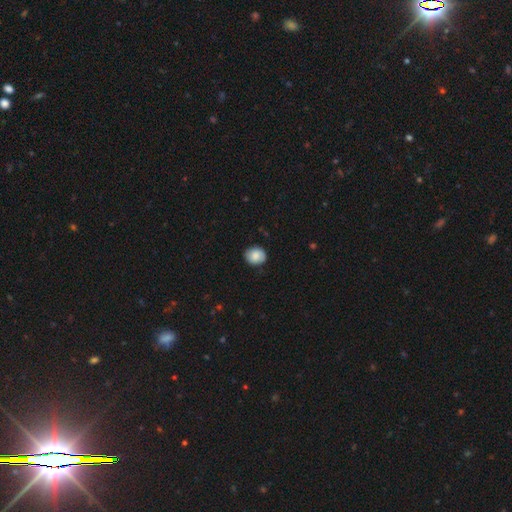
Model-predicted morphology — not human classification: Smooth or featured?
  - smooth: 81% *
  - featured or disk: 11%
  - star or artifact: 8%
How rounded?
  - round: 68% *
  - in between: 31%
  - cigar-shaped: 1%
Merging?
  - none: 83% *
  - minor disturbance: 14%
  - major disturbance: 3%
  - merger: 1%